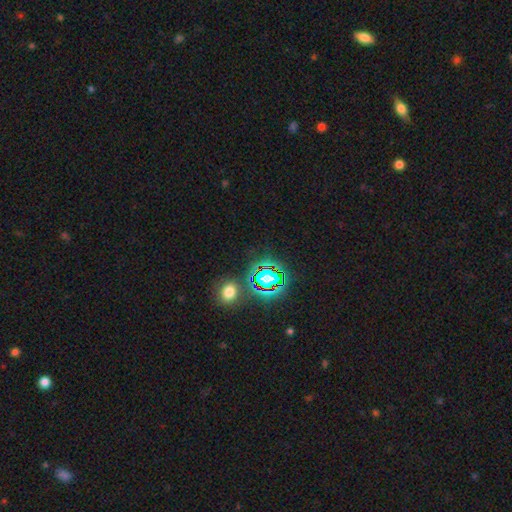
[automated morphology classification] Smooth or featured? star or artifact (76%)